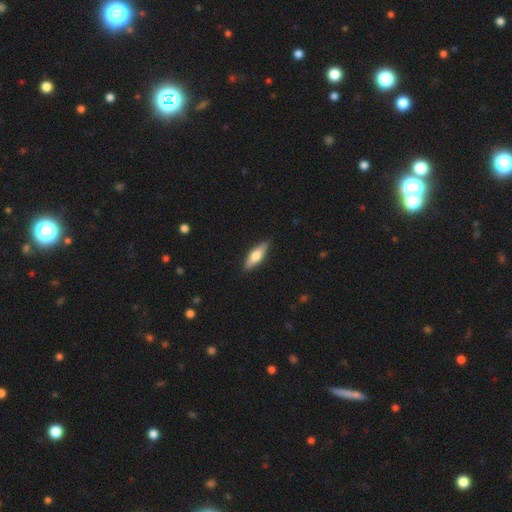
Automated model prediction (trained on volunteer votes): Overall: smooth (59%; featured or disk 36%). How rounded: in between (52%; cigar-shaped 46%). Merging: none (89%).